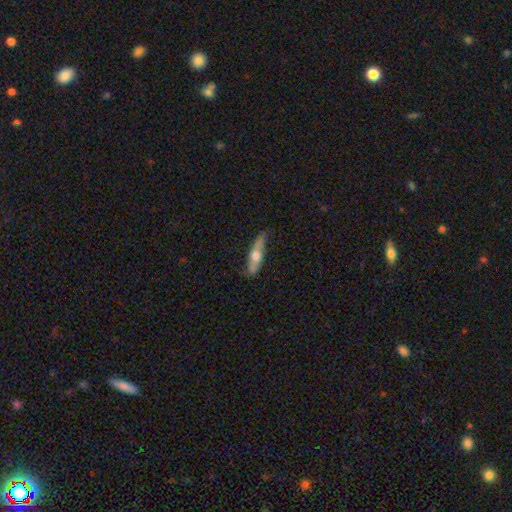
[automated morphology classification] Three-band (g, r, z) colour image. It shows a featured or disk galaxy (53%) viewed edge-on (83%). Merging: none (75%).